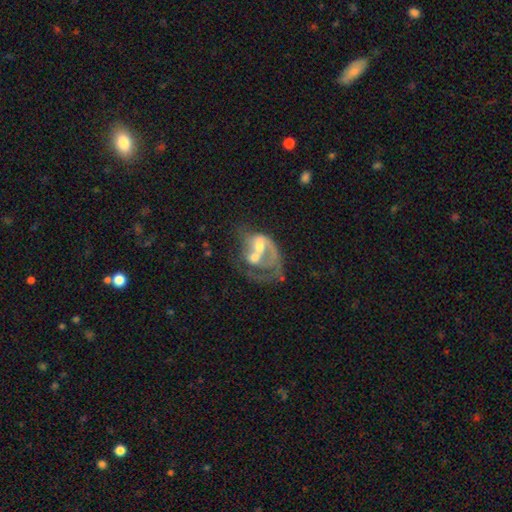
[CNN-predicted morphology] The model was most divided on "bulge size": moderate: 52%, small: 30%, none: 9%, large: 7%, dominant: 2%. More confident: edge-on disk — no (97%); smooth or featured — featured or disk (72%); bar — no (61%); spiral arms — yes (61%); merging — merger (56%).